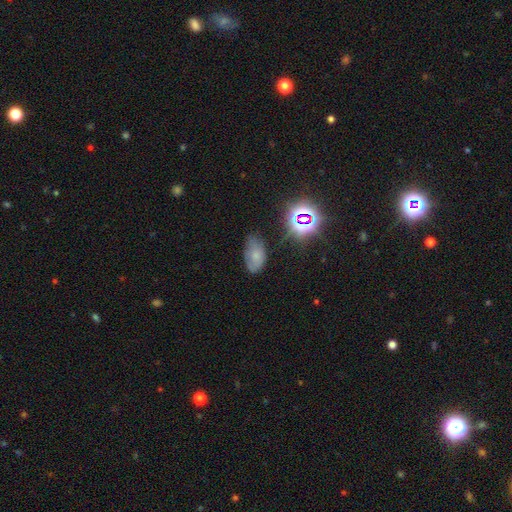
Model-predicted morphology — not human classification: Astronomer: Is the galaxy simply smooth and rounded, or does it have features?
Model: smooth — 58%.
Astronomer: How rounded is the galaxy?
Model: in between — 91%.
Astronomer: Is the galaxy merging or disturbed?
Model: none — 53% (runner-up: minor disturbance, 34%).